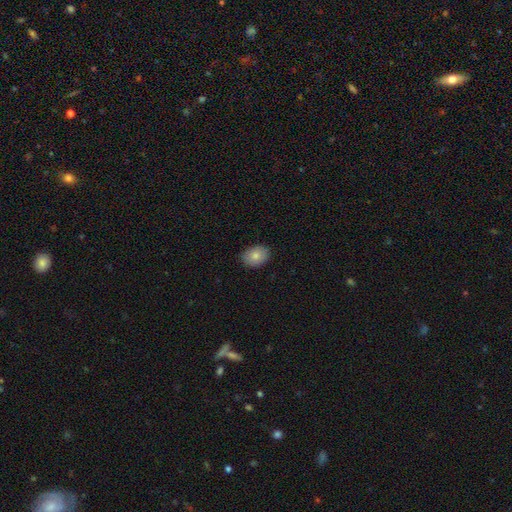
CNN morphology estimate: Smooth or featured?
  - smooth: 82% *
  - featured or disk: 10%
  - star or artifact: 8%
How rounded?
  - in between: 69% *
  - round: 30%
  - cigar-shaped: 1%
Merging?
  - none: 87% *
  - minor disturbance: 10%
  - major disturbance: 2%
  - merger: 1%